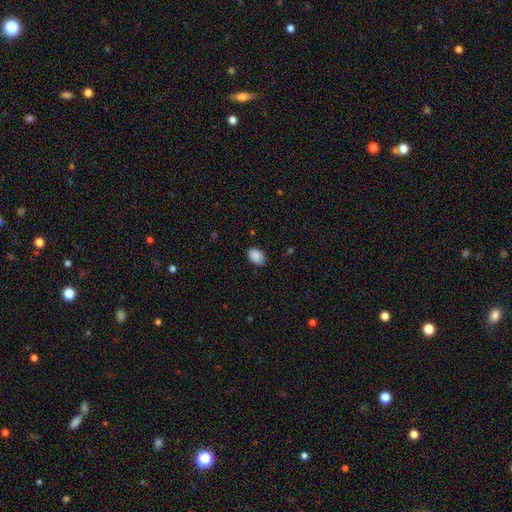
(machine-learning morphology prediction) Overall: smooth (89%). How rounded: in between (83%). Merging: none (83%).